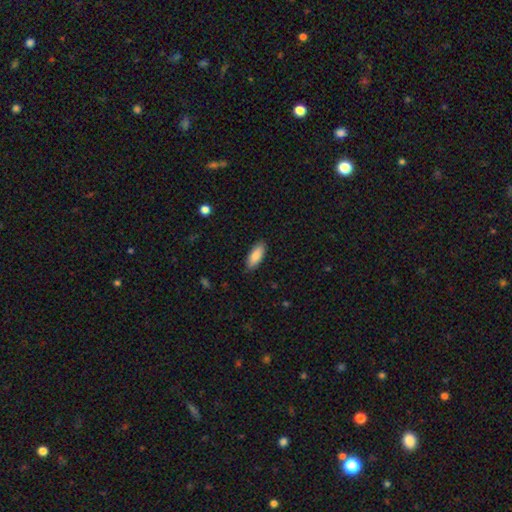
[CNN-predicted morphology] smooth-or-featured: smooth: 86% | featured or disk: 8% | star or artifact: 6%
  how-rounded: in between: 77% | cigar-shaped: 21% | round: 2%
  merging: none: 88% | minor disturbance: 9% | major disturbance: 2% | merger: 1%